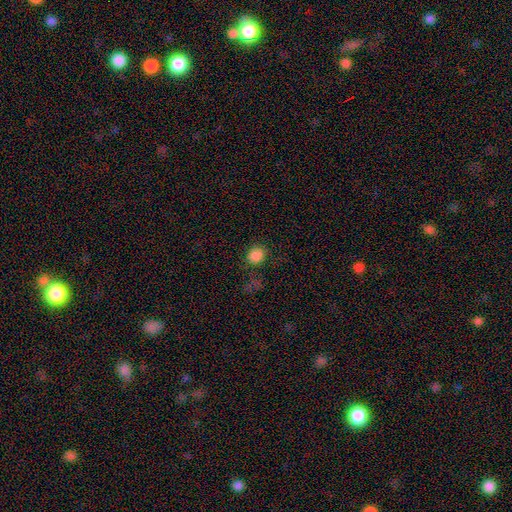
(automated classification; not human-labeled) Smooth or featured: smooth — 84% (star or artifact — 13%)
How rounded: round — 74% (in between — 24%)
Merging: none — 76% (minor disturbance — 14%)